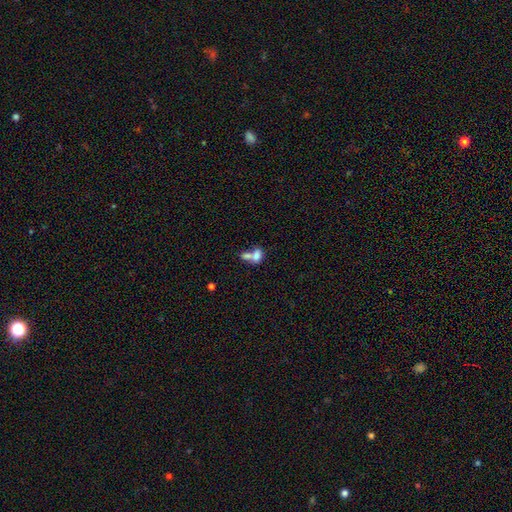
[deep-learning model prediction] Smooth or featured?
  - smooth: 72% *
  - featured or disk: 18%
  - star or artifact: 10%
How rounded?
  - in between: 77% *
  - round: 19%
  - cigar-shaped: 4%
Merging?
  - merger: 71% *
  - none: 18%
  - minor disturbance: 6%
  - major disturbance: 5%